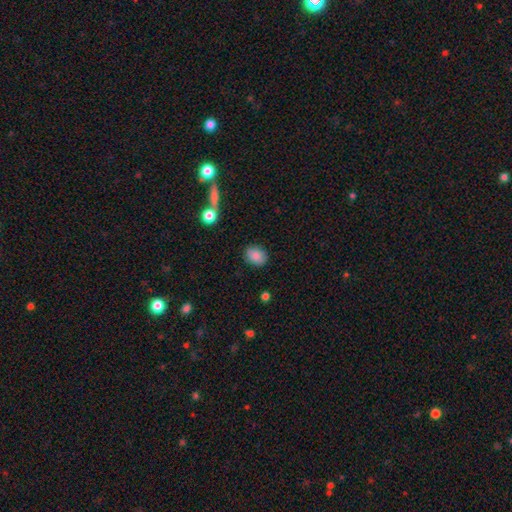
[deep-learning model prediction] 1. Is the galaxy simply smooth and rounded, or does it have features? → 87% smooth, 8% star or artifact, 5% featured or disk.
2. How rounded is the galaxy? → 63% in between, 35% round, 1% cigar-shaped.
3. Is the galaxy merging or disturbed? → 85% none, 10% minor disturbance, 3% major disturbance, 2% merger.